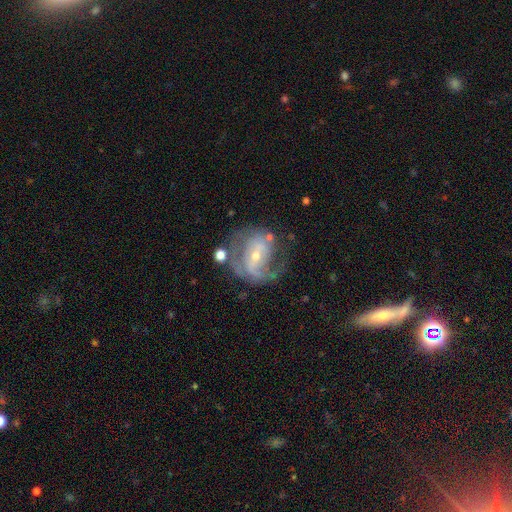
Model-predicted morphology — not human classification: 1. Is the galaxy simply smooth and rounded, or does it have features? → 83% featured or disk, 10% smooth, 7% star or artifact.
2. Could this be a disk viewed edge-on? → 97% no, 3% yes.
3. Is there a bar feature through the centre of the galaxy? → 42% weak, 35% no, 23% strong.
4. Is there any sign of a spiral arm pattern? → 89% yes, 11% no.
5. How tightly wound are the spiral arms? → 44% medium, 30% tight, 25% loose.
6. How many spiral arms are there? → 52% 2, 20% 1, 18% can't tell, 6% 3, 2% 4, 2% more than 4.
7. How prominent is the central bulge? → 63% small, 33% moderate, 2% large, 1% none, 1% dominant.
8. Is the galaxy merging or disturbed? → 48% none, 24% major disturbance, 21% minor disturbance, 6% merger.